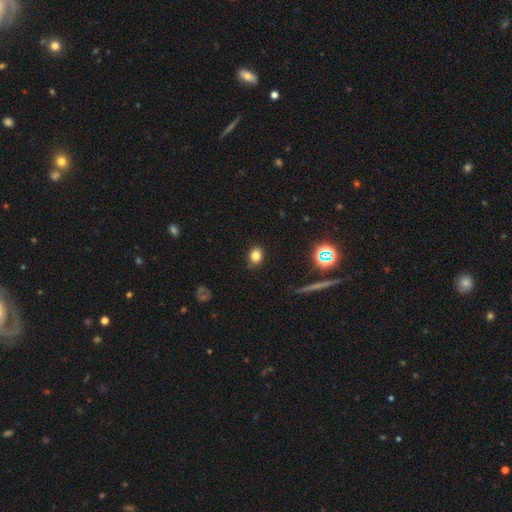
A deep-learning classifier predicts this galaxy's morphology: smooth 79%, star or artifact 14%, featured or disk 7%. Down the decision tree: how rounded — round (56%); merging — none (86%).